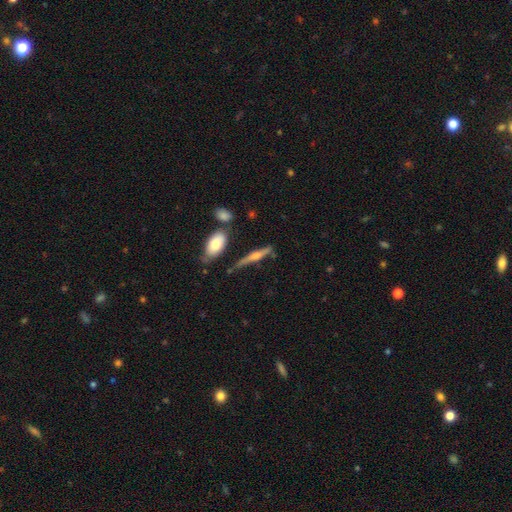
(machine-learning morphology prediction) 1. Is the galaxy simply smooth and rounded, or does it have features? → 66% featured or disk, 25% smooth, 9% star or artifact.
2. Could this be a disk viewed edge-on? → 93% yes, 7% no.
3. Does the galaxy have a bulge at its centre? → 83% rounded, 9% boxy, 8% none.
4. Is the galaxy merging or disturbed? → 70% none, 17% minor disturbance, 7% merger, 5% major disturbance.